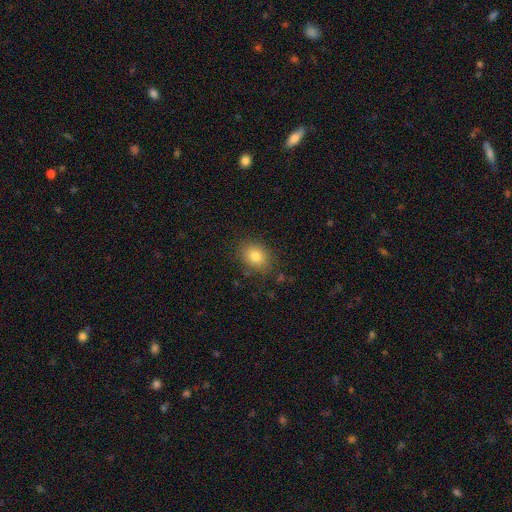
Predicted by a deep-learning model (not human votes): A smooth galaxy with no disk features (80%) that is in between round and cigar-shaped (56%). Merging: none (85%).